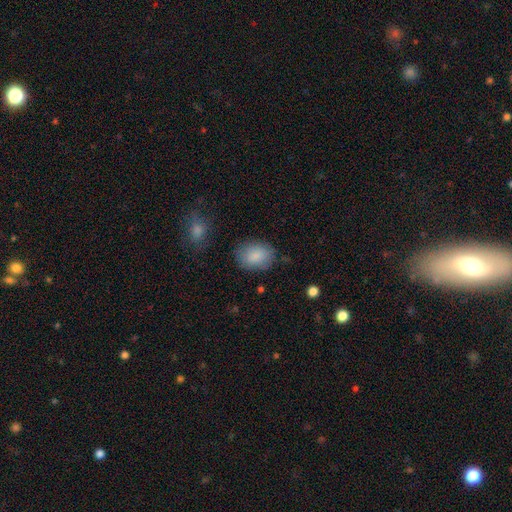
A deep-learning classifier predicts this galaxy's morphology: Overall: smooth (87%). How rounded: in between (63%; round 36%). Merging: none (79%).